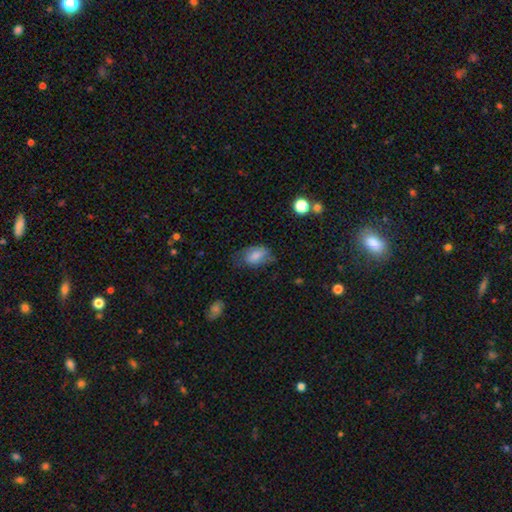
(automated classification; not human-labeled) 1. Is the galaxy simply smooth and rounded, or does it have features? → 78% smooth, 14% featured or disk, 8% star or artifact.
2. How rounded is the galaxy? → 87% in between, 11% round, 2% cigar-shaped.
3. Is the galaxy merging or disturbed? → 53% none, 31% minor disturbance, 14% major disturbance, 2% merger.